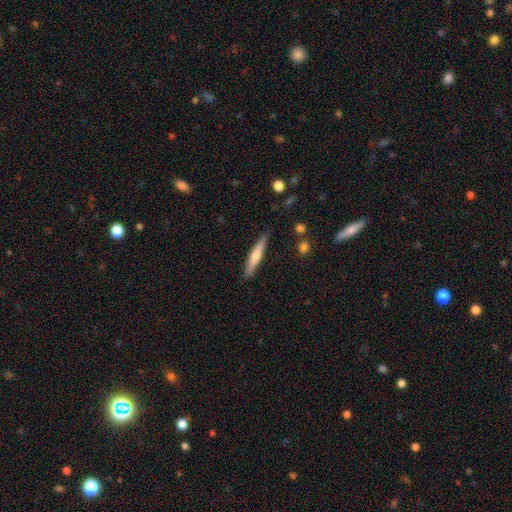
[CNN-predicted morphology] type=featured or disk (48%); merging=none (89%).